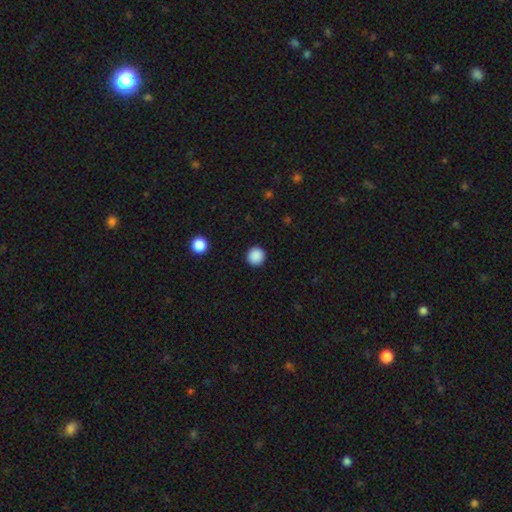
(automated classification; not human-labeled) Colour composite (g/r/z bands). It shows a smooth galaxy with no disk features (88%) that is round (95%). Merging: none (93%).